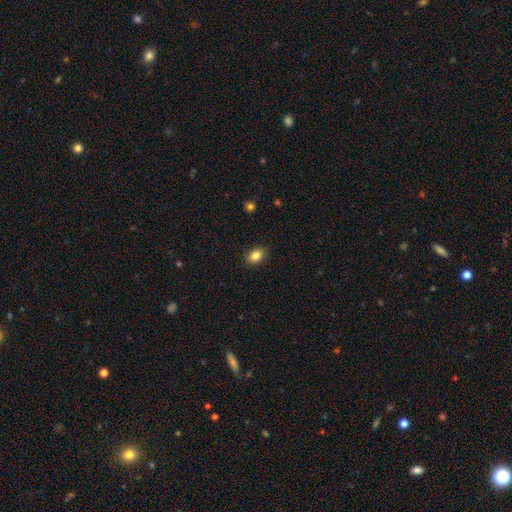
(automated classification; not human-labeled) Smooth or featured? smooth (85%)
How rounded? in between (75%)
Merging? none (88%)